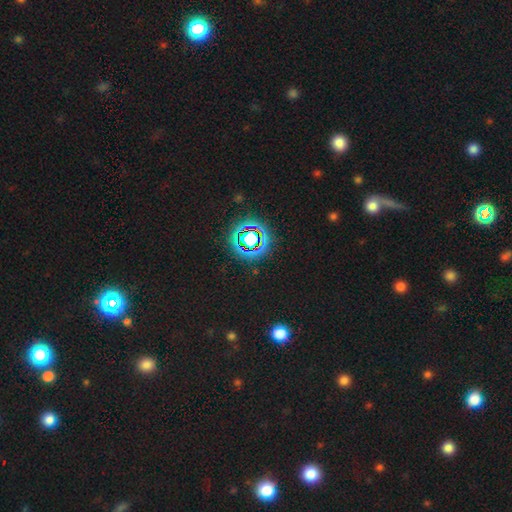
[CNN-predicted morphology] Q: Smooth or featured?
A: star or artifact (69%); runner-up: smooth (21%)